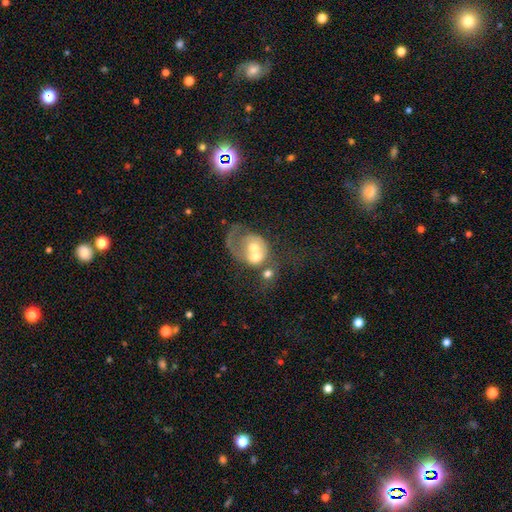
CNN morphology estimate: smooth-or-featured: featured or disk: 52% | smooth: 40% | star or artifact: 8%
  disk-edge-on: no: 97% | yes: 3%
  merging: merger: 67% | major disturbance: 16% | none: 11% | minor disturbance: 6%